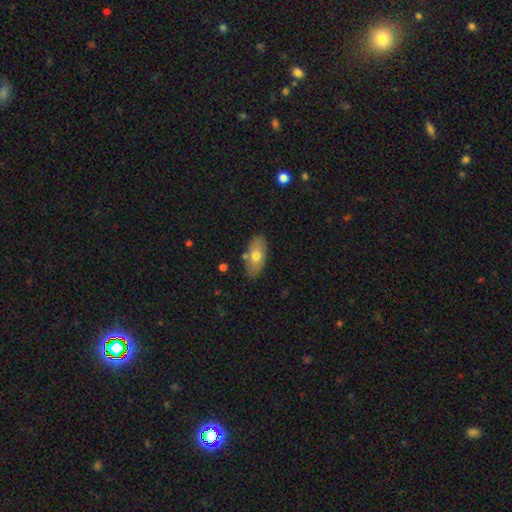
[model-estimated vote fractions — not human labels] This is likely a smooth galaxy (69%). How rounded: clearly in between (90%). Merging: likely none (80%).